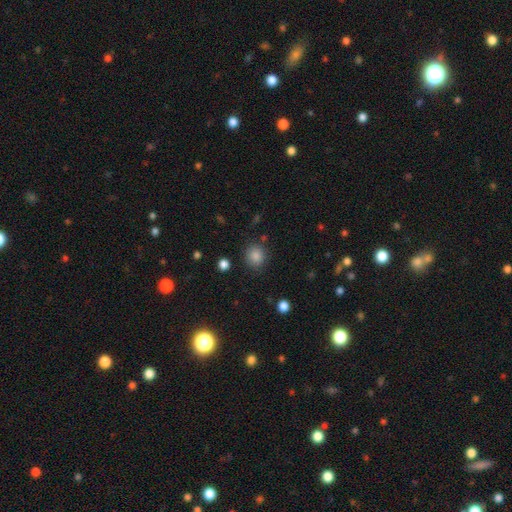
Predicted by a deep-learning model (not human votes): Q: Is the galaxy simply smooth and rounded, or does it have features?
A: smooth — 85%.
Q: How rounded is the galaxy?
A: round — 84%.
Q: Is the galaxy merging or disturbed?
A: none — 84%.